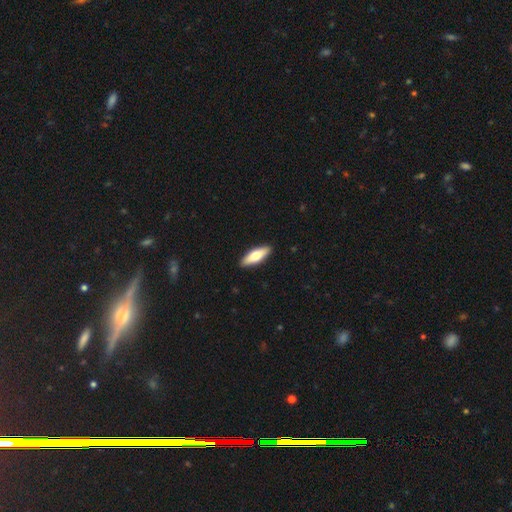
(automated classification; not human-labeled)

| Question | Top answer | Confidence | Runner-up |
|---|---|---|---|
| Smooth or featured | smooth | 65% | featured or disk (30%) |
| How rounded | in between | 55% | cigar-shaped (42%) |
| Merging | none | 91% | minor disturbance (7%) |